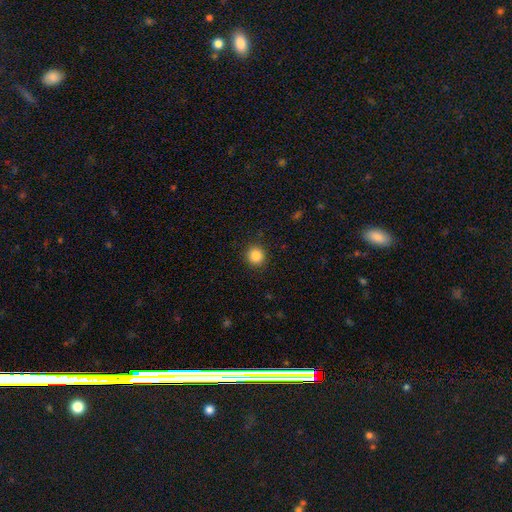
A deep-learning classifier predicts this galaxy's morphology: This is clearly a smooth galaxy (86%). How rounded: clearly round (91%). Merging: clearly none (90%).